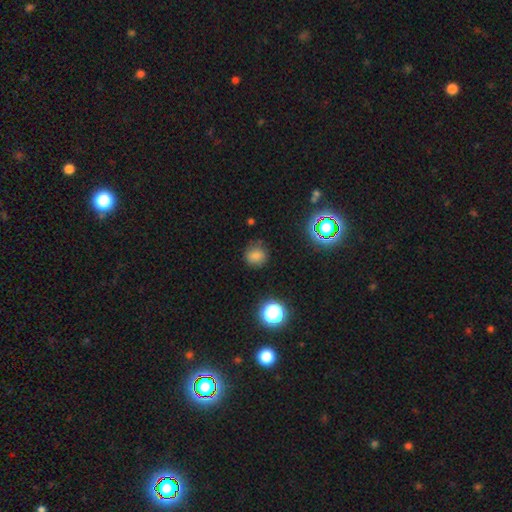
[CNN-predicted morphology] Overall: smooth (76%). How rounded: round (77%). Merging: none (79%).